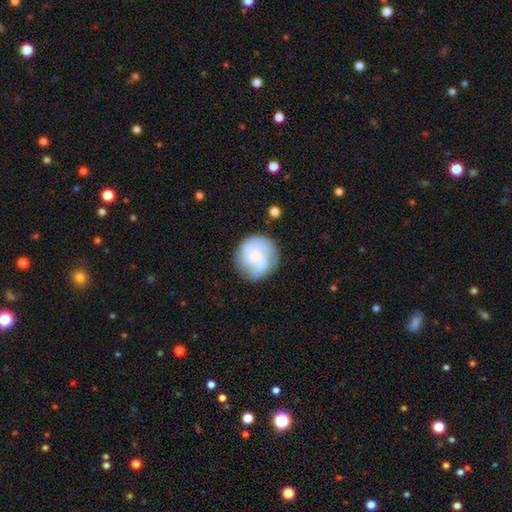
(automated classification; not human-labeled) smooth-or-featured: featured or disk: 49% | smooth: 43% | star or artifact: 8%
  merging: none: 65% | minor disturbance: 20% | major disturbance: 12% | merger: 3%